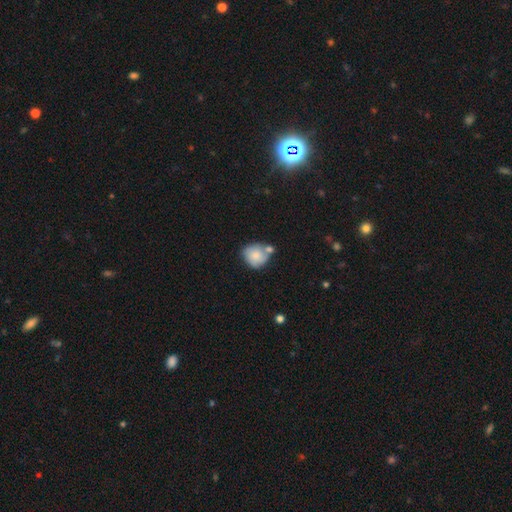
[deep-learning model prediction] Morphology: type=smooth (73%); roundness=round (75%); merging=none (41%).